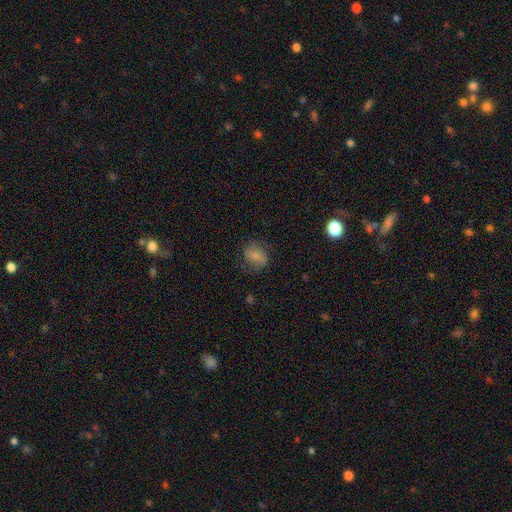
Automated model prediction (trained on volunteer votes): Smooth or featured? smooth (56%)
How rounded? round (55%)
Merging? none (67%)